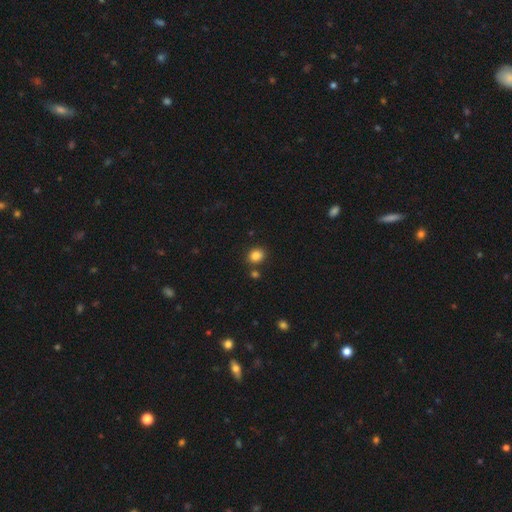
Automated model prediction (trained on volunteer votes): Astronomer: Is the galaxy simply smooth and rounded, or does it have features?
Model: smooth — 85%.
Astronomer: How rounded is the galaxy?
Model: round — 62% (runner-up: in between, 37%).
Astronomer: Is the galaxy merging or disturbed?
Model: none — 78%.